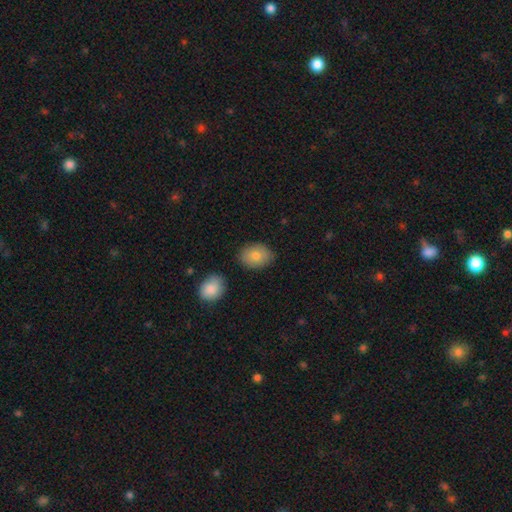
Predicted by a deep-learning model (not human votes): smooth_or_featured: smooth (p=0.80) [alt: featured or disk p=0.12]
how_rounded: in between (p=0.72) [alt: round p=0.27]
merging: none (p=0.81) [alt: minor disturbance p=0.13]